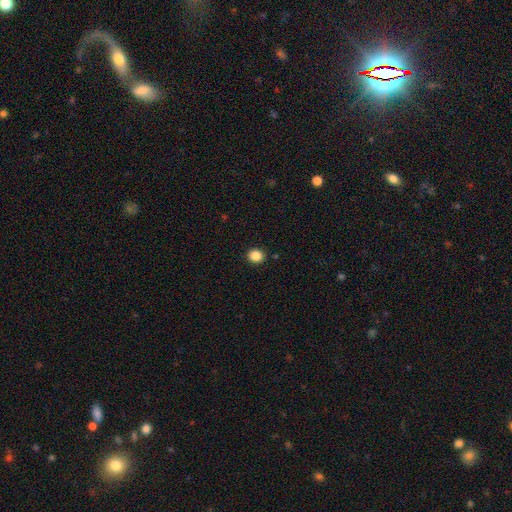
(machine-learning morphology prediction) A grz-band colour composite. It shows a smooth galaxy with no disk features (87%) that is round (76%). Merging: none (91%).